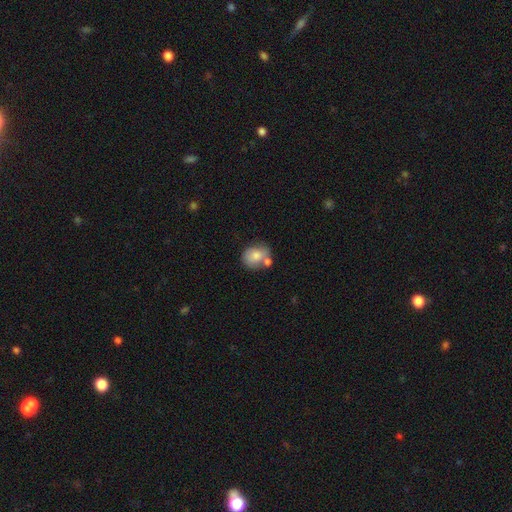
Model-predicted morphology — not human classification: The model was most divided on "merging": none: 48%, merger: 28%, minor disturbance: 18%, major disturbance: 5%. More confident: smooth or featured — smooth (76%); how rounded — round (66%).